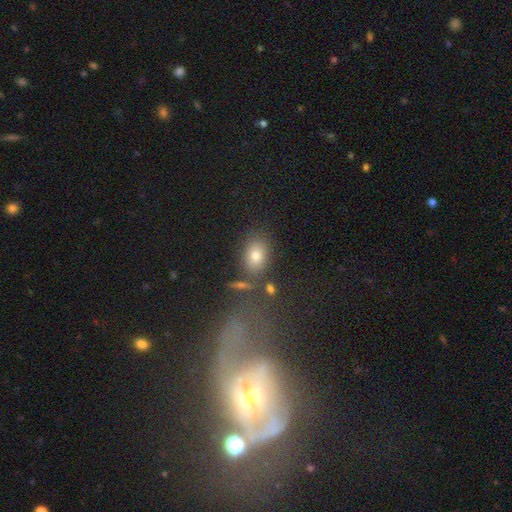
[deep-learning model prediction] Smooth or featured? Predicted: smooth (p=0.74). How rounded? Predicted: in between (p=0.73). Merging? Predicted: none (p=0.76).